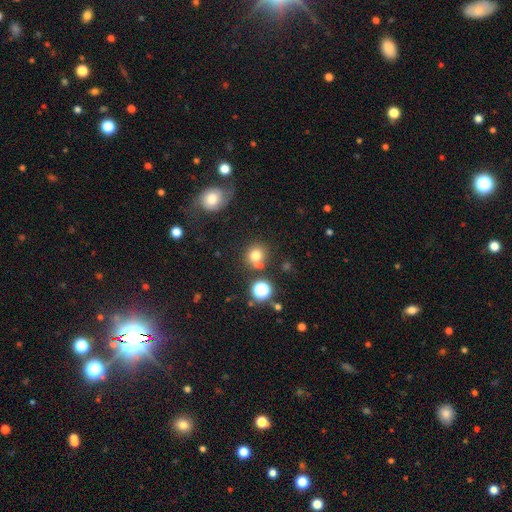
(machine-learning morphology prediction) The model was most divided on "merging": none: 66%, merger: 18%, minor disturbance: 12%, major disturbance: 5%. More confident: how rounded — round (85%); smooth or featured — smooth (74%).